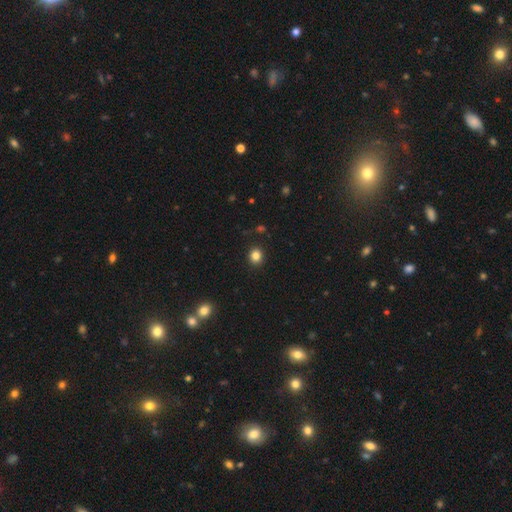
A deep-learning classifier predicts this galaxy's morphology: A smooth galaxy with no disk features (84%) that is round (81%).

Vote fractions:
- Smooth or featured? smooth: 84% / star or artifact: 12% / featured or disk: 4%
- How rounded? round: 81% / in between: 19% / cigar-shaped: 1%
- Merging? none: 91% / minor disturbance: 6% / major disturbance: 2% / merger: 1%